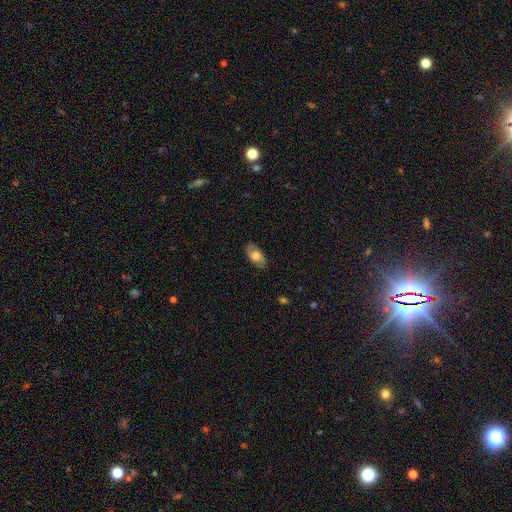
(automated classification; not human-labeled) Smooth or featured? smooth (50%)
Merging? none (80%)